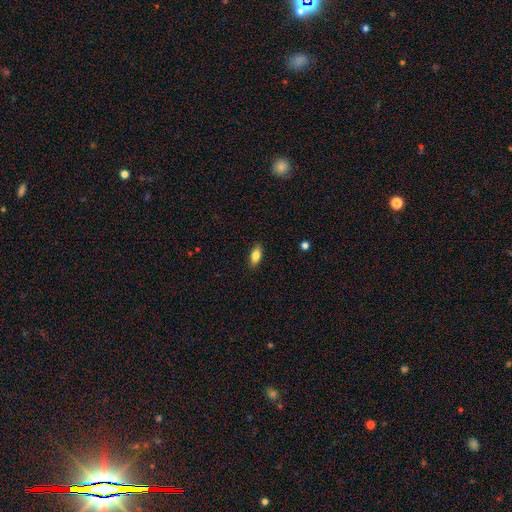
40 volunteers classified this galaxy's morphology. smooth-or-featured: smooth: 90% | featured or disk: 5% | star or artifact: 5%
  how-rounded: in between: 89% | cigar-shaped: 11% | round: 0%
  merging: none: 97% | major disturbance: 3% | minor disturbance: 0% | merger: 0%